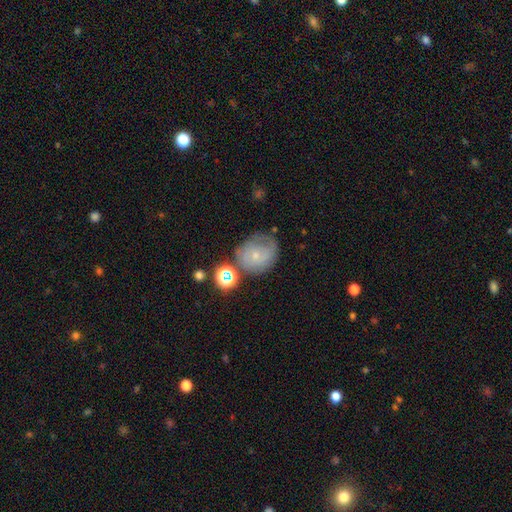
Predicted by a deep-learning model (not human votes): Morphology: type=featured or disk (47%); merging=none (56%).